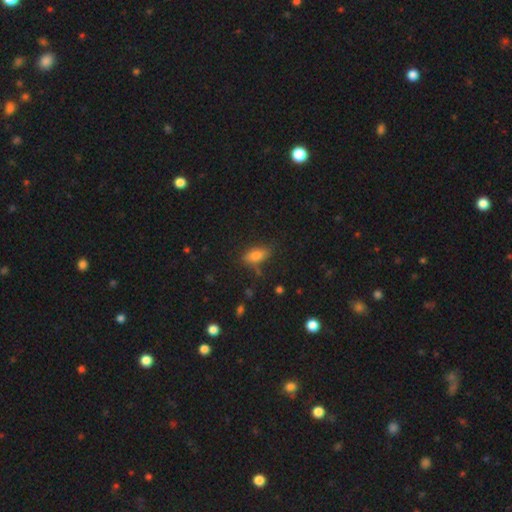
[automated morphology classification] The model was most divided on "merging": none: 71%, minor disturbance: 19%, major disturbance: 6%, merger: 4%. More confident: how rounded — in between (84%); smooth or featured — smooth (78%).